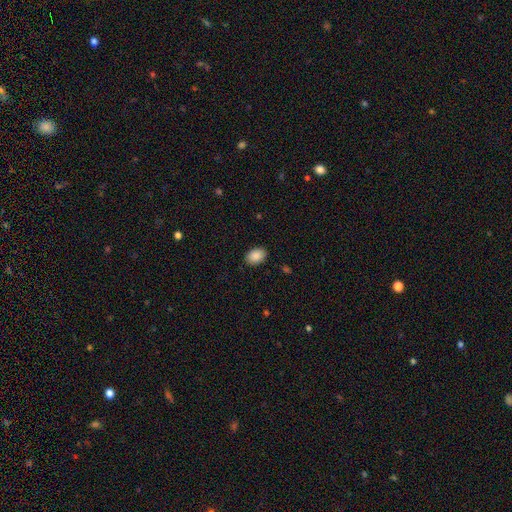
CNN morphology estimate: Smooth or featured?
  - smooth: 89% *
  - star or artifact: 7%
  - featured or disk: 3%
How rounded?
  - in between: 82% *
  - round: 17%
  - cigar-shaped: 1%
Merging?
  - none: 88% *
  - minor disturbance: 9%
  - major disturbance: 2%
  - merger: 1%